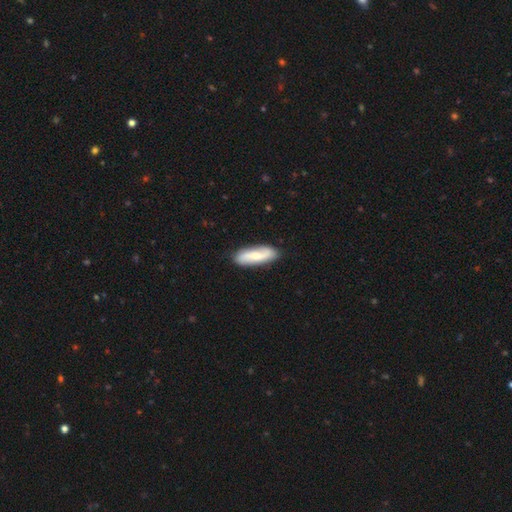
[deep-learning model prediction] smooth_or_featured: featured or disk (p=0.50) [alt: smooth p=0.45]
merging: none (p=0.87) [alt: minor disturbance p=0.10]